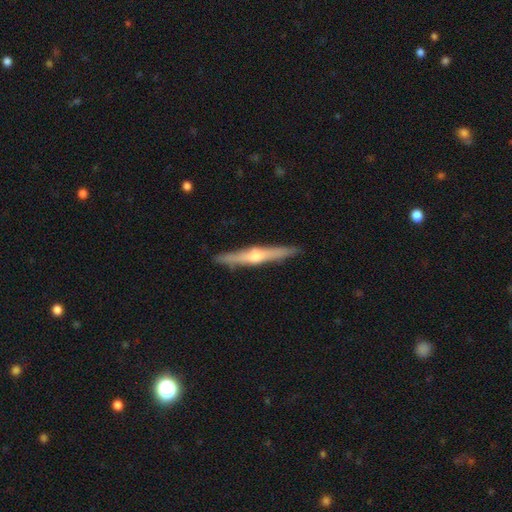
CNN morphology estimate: The model was most divided on "smooth or featured": featured or disk: 71%, smooth: 24%, star or artifact: 5%. More confident: edge-on disk — yes (97%); merging — none (91%); edge-on bulge — rounded (87%).